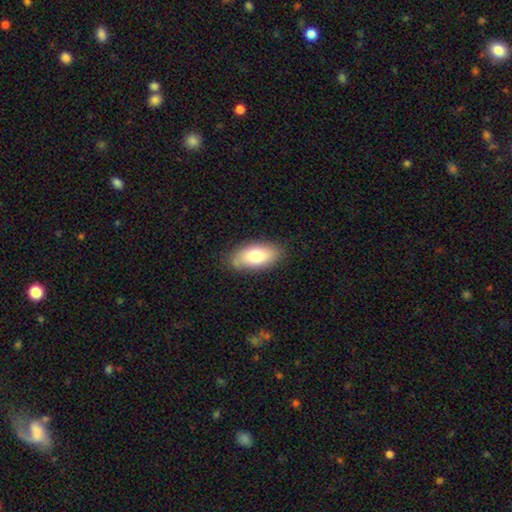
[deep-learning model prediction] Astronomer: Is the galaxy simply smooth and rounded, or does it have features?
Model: smooth — 76%.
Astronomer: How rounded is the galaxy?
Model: in between — 91%.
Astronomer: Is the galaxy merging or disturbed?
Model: none — 82%.